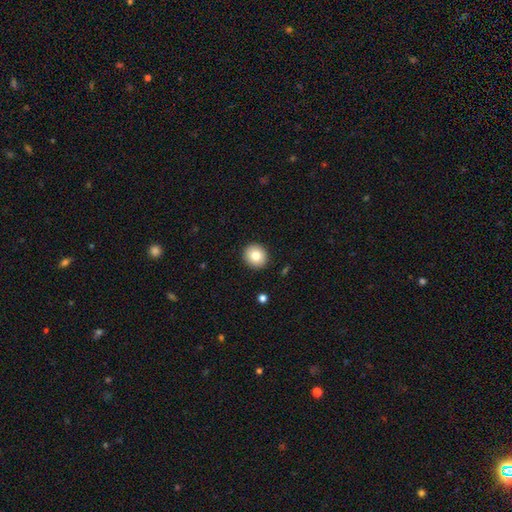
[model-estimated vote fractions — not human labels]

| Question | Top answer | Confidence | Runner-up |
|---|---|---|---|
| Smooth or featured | smooth | 81% | featured or disk (10%) |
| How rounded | round | 89% | in between (10%) |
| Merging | none | 92% | minor disturbance (5%) |